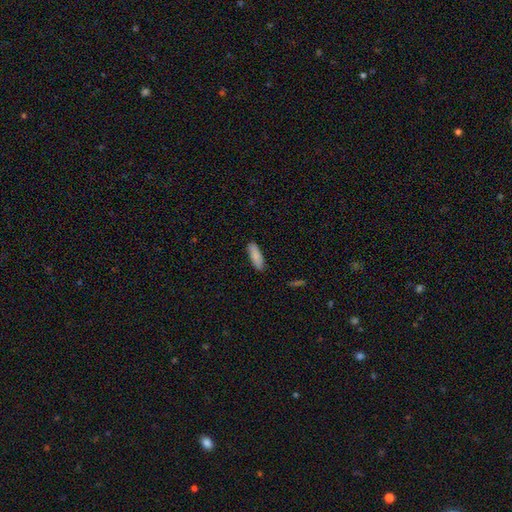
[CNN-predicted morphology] Smooth or featured? smooth (87%)
How rounded? in between (53%)
Merging? none (88%)